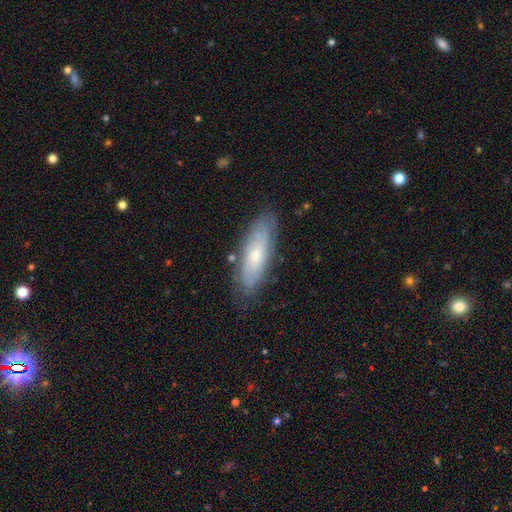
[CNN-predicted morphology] Smooth or featured: featured or disk — 49% (smooth — 43%)
Merging: none — 77% (minor disturbance — 17%)